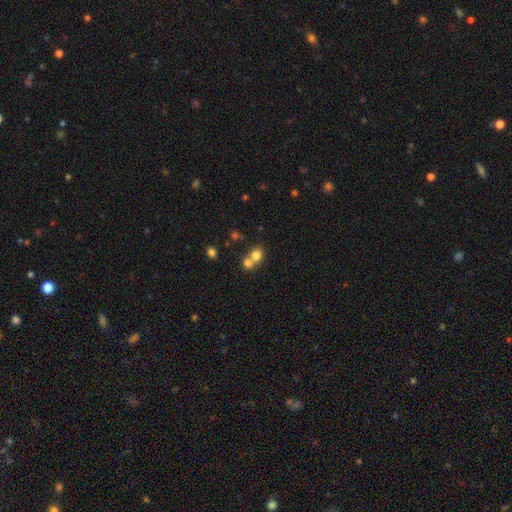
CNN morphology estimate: The model was most divided on "merging": merger: 60%, none: 32%, minor disturbance: 5%, major disturbance: 3%. More confident: smooth or featured — smooth (77%); how rounded — round (72%).